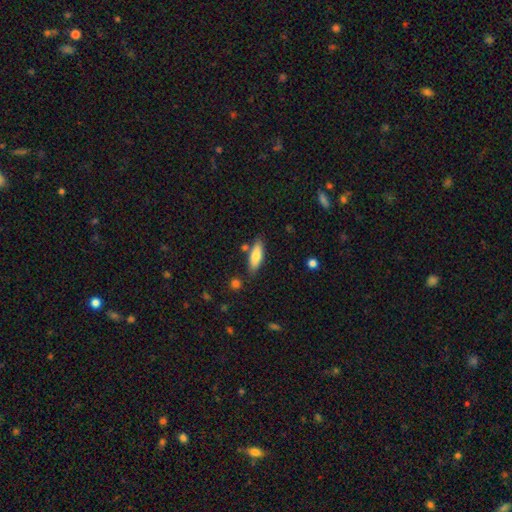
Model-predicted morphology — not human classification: Smooth or featured? Predicted: smooth (p=0.77). How rounded? Predicted: in between (p=0.59). Merging? Predicted: none (p=0.80).